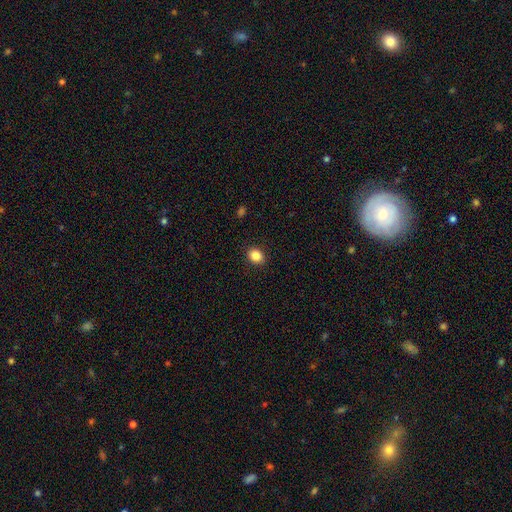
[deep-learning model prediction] The model was most divided on "how rounded": round: 56%, in between: 43%, cigar-shaped: 1%. More confident: merging — none (91%); smooth or featured — smooth (86%).